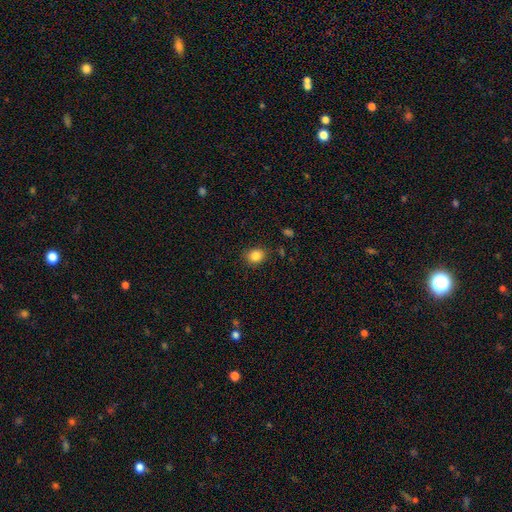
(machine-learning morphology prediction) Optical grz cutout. It shows a smooth galaxy with no disk features (85%) that is round (64%). Merging: none (87%).